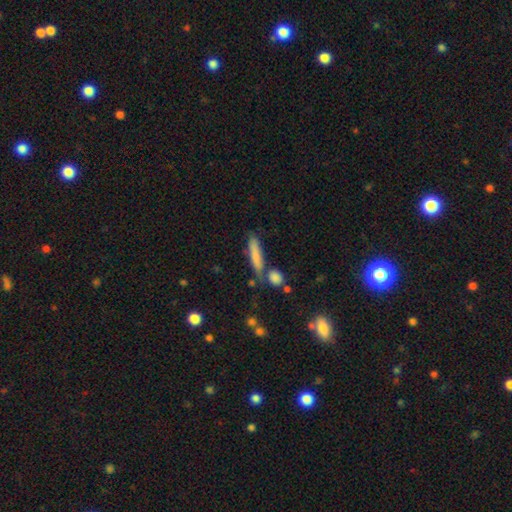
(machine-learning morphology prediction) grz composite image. It shows a smooth galaxy with no disk features (78%) that is cigar-shaped (84%). Merging: none (69%).